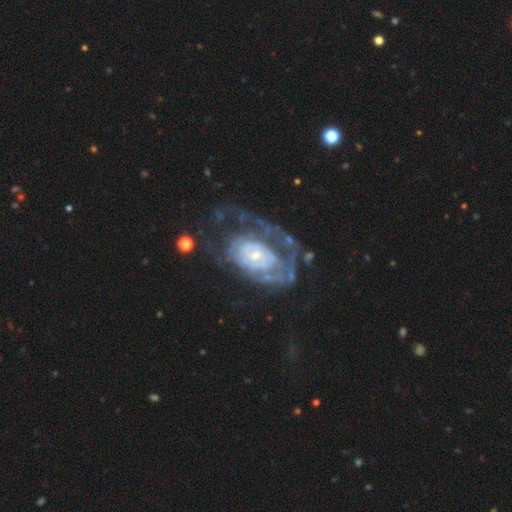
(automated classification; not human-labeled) The model was most divided on "merging": major disturbance: 40%, none: 36%, minor disturbance: 19%, merger: 4%. Remaining: edge-on disk — no (96%); smooth or featured — featured or disk (80%); spiral arms — yes (75%); bar — no (71%); bulge size — small (56%); spiral winding — tight (55%); spiral arm count — can't tell (49%).